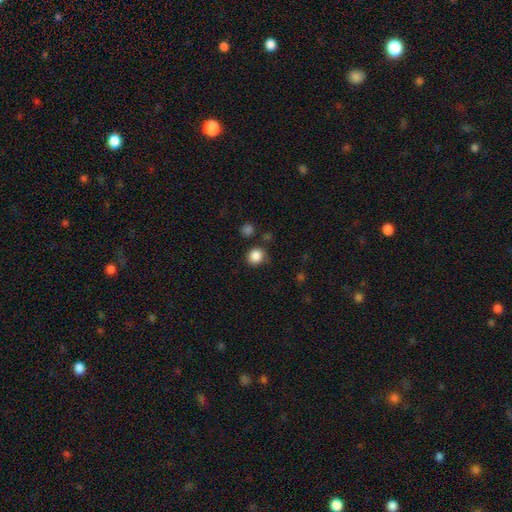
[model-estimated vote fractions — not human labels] This appears to be a smooth galaxy with no disk features (86%) that is round (81%). Merging: none (78%).